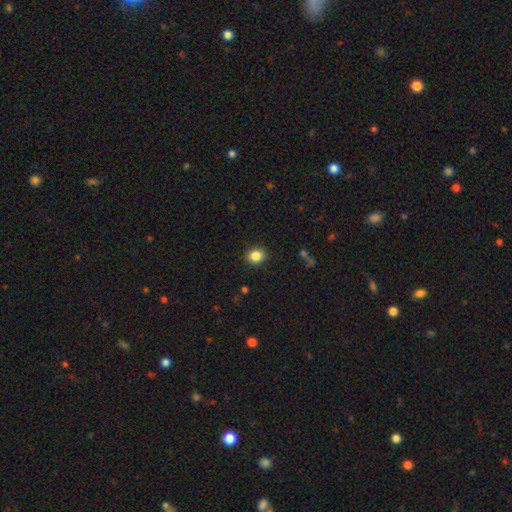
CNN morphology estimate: A smooth galaxy with no disk features (85%) that is round (69%).

Vote fractions:
- Smooth or featured? smooth: 85% / star or artifact: 10% / featured or disk: 5%
- How rounded? round: 69% / in between: 31% / cigar-shaped: 1%
- Merging? none: 90% / minor disturbance: 7% / major disturbance: 2% / merger: 1%